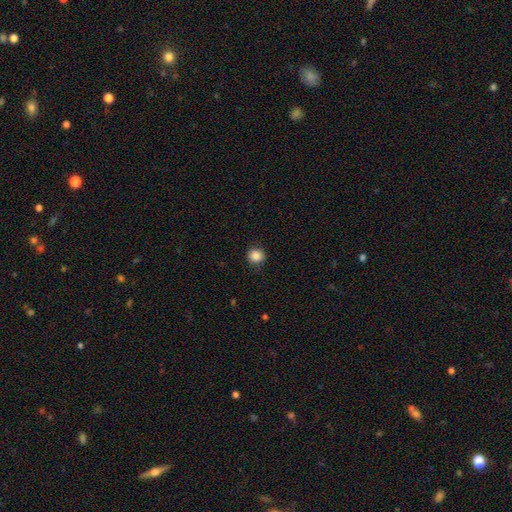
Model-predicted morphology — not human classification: Overall: smooth (86%). How rounded: round (91%). Merging: none (89%).